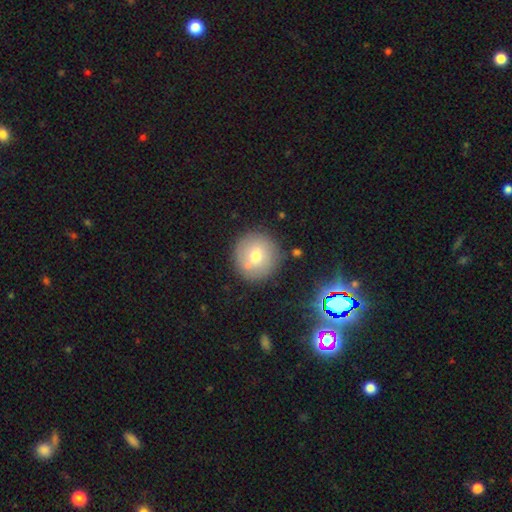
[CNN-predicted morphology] A smooth galaxy with no disk features (69%) that is round (94%).

Vote fractions:
- Smooth or featured? smooth: 69% / featured or disk: 21% / star or artifact: 10%
- How rounded? round: 94% / in between: 5% / cigar-shaped: 1%
- Merging? none: 78% / minor disturbance: 11% / merger: 8% / major disturbance: 3%